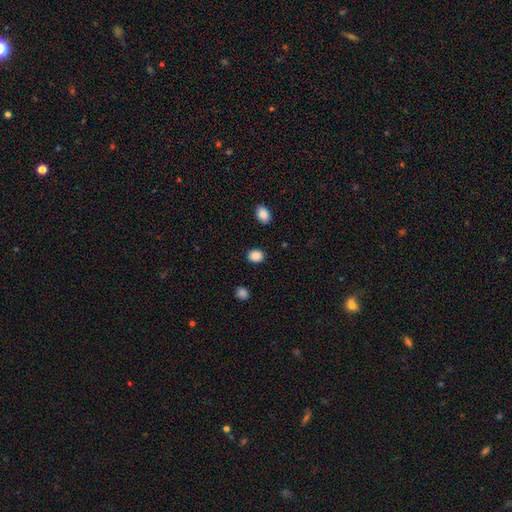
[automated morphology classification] This appears to be a smooth galaxy with no disk features (88%) that is round (50%). Merging: none (88%).